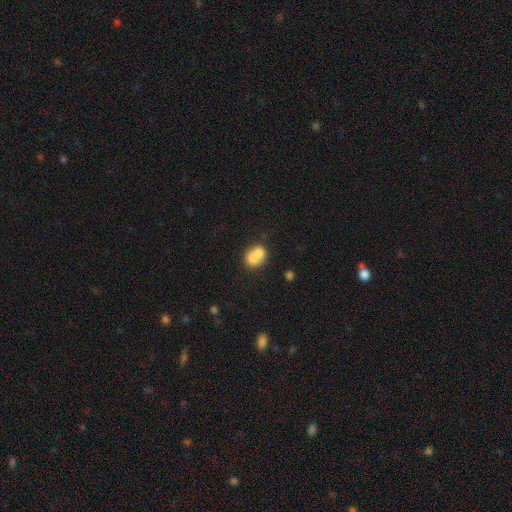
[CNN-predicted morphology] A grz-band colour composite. It shows a smooth galaxy with no disk features (70%) that is round (62%). Merging: merger (61%).